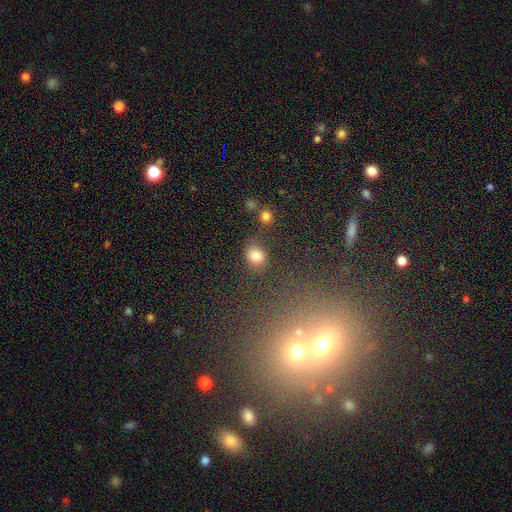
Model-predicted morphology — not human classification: A smooth galaxy with no disk features (82%) that is round (69%).

Vote fractions:
- Smooth or featured? smooth: 82% / star or artifact: 12% / featured or disk: 6%
- How rounded? round: 69% / in between: 30% / cigar-shaped: 1%
- Merging? none: 76% / minor disturbance: 14% / merger: 6% / major disturbance: 5%